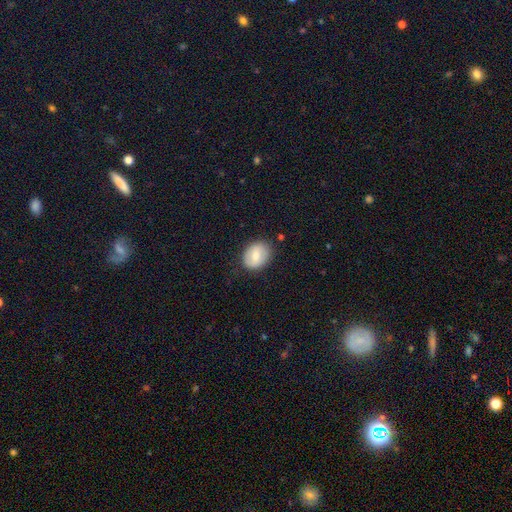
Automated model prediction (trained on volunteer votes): This is likely a smooth galaxy (68%). How rounded: likely in between (61%). Merging: clearly none (81%).